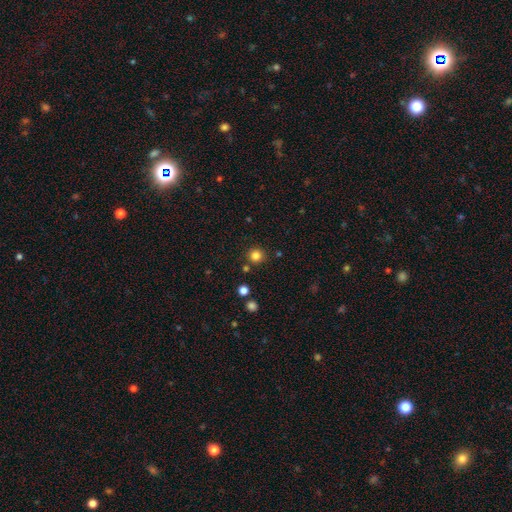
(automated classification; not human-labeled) A smooth galaxy with no disk features (82%) that is round (93%). Merging: none (86%).